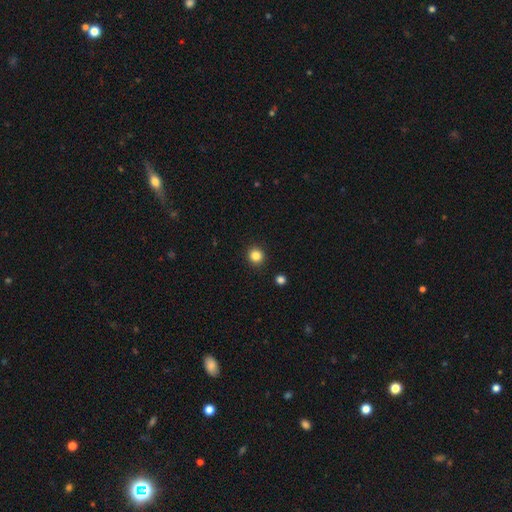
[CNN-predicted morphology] Smooth or featured? smooth (84%)
How rounded? round (92%)
Merging? none (92%)